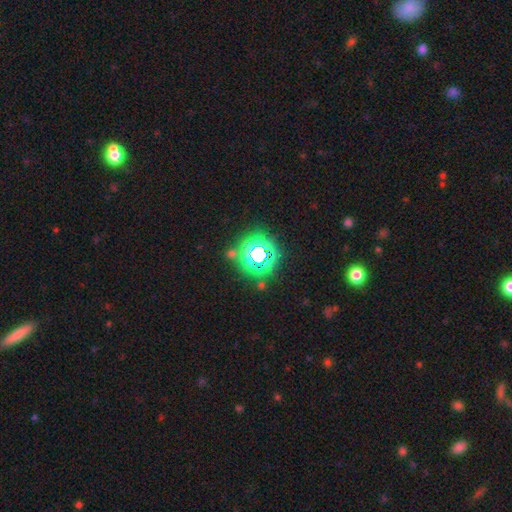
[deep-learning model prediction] Morphology: type=star or artifact (69%).